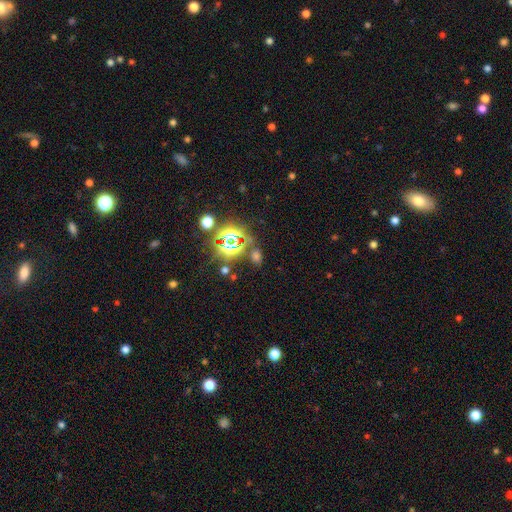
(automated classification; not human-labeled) Smooth or featured? Predicted: star or artifact (p=0.51).